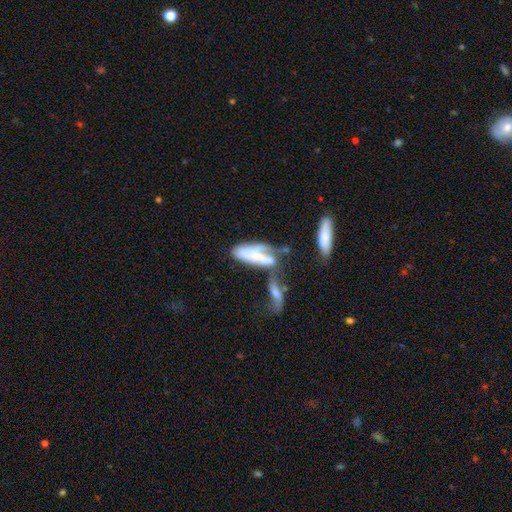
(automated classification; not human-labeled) A smooth galaxy with no disk features (47%).

Vote fractions:
- Smooth or featured? smooth: 47% / featured or disk: 44% / star or artifact: 9%
- Merging? merger: 47% / major disturbance: 22% / none: 17% / minor disturbance: 14%